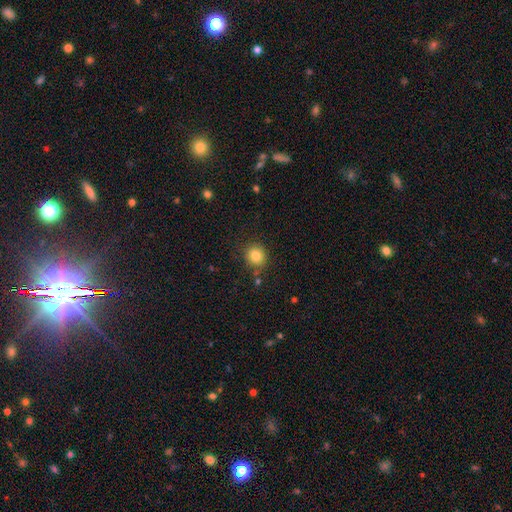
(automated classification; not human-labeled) Overall: smooth (83%). How rounded: round (86%). Merging: none (83%).